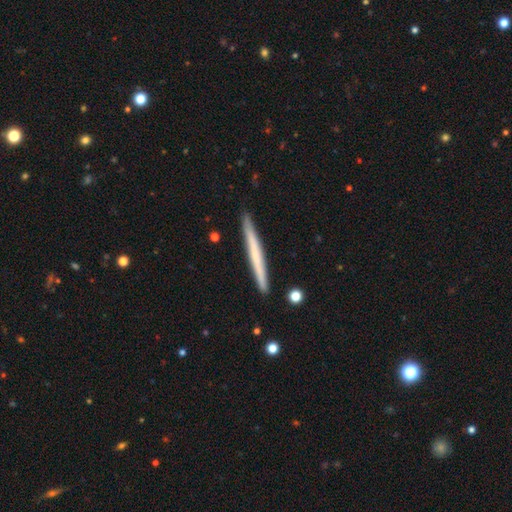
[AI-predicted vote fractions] smooth-or-featured: smooth: 52% | featured or disk: 43% | star or artifact: 5%
  how-rounded: cigar-shaped: 97% | in between: 2% | round: 1%
  merging: none: 91% | minor disturbance: 6% | merger: 1% | major disturbance: 1%